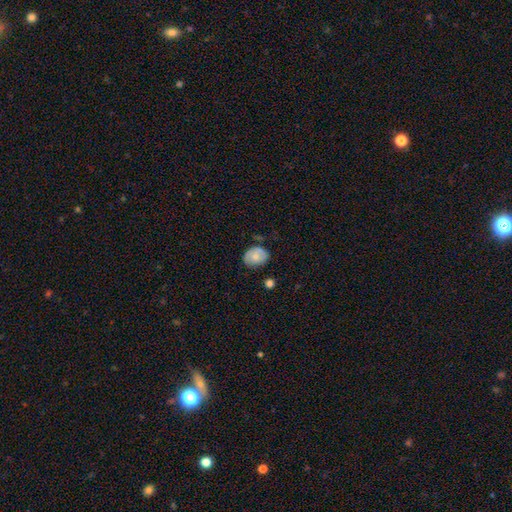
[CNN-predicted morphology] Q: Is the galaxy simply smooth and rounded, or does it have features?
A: smooth — 64%.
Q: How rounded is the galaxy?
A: in between — 60%.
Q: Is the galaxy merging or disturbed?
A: none — 65%.